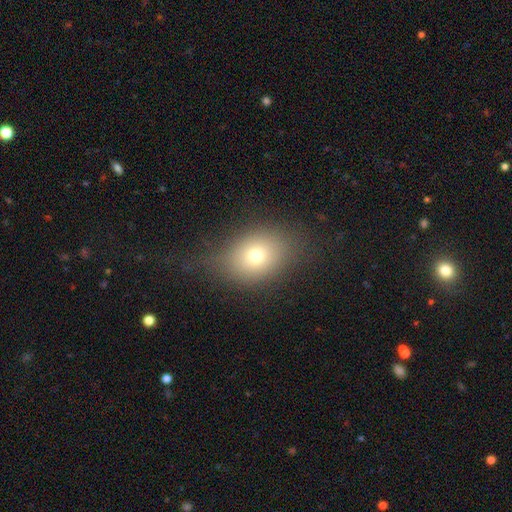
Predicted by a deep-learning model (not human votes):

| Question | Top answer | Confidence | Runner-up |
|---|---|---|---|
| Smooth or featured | smooth | 71% | featured or disk (15%) |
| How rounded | in between | 57% | round (41%) |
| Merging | none | 67% | minor disturbance (20%) |